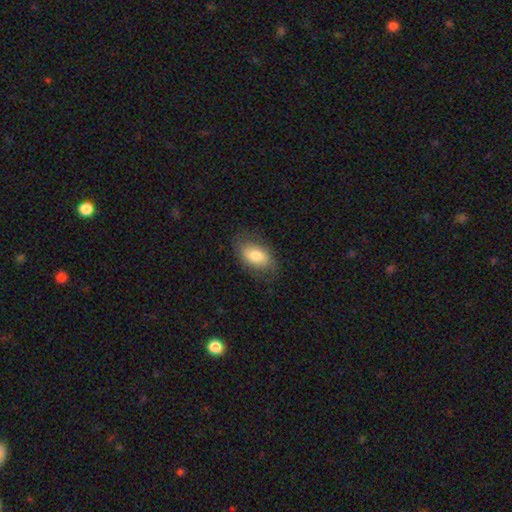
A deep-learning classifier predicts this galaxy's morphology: This is likely a smooth galaxy (70%). How rounded: clearly in between (90%). Merging: likely none (75%).